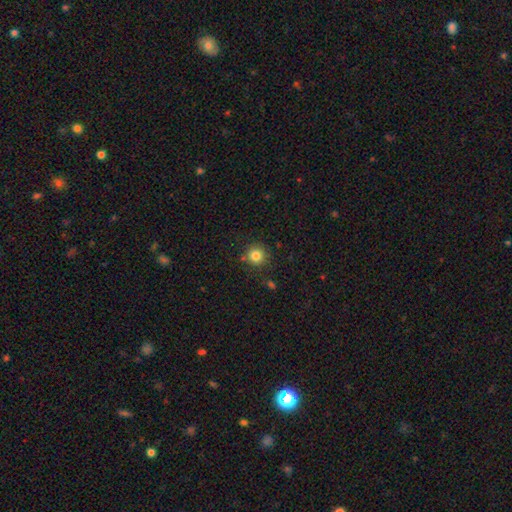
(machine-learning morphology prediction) A smooth galaxy with no disk features (83%) that is round (93%). Merging: none (81%).